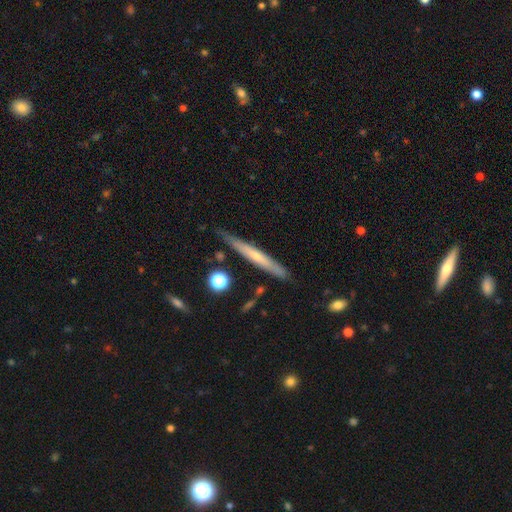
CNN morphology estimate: Smooth or featured?
  - featured or disk: 54% *
  - smooth: 39%
  - star or artifact: 7%
Edge-on disk?
  - yes: 93% *
  - no: 7%
Edge-on bulge?
  - none: 52% *
  - rounded: 43%
  - boxy: 4%
Merging?
  - none: 80% *
  - minor disturbance: 15%
  - merger: 3%
  - major disturbance: 3%